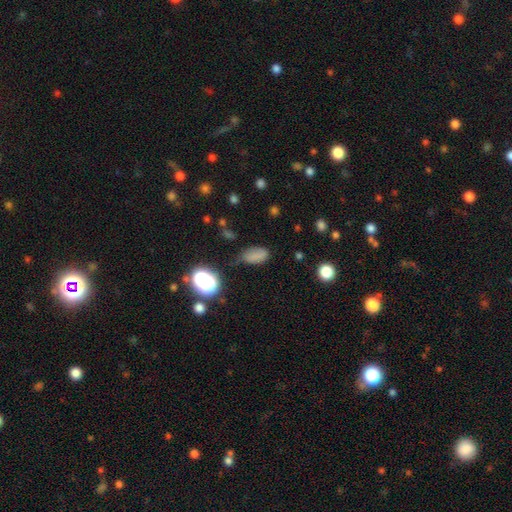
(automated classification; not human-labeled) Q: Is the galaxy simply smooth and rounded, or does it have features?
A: smooth — 73%.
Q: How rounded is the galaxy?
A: in between — 87%.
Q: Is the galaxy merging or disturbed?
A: none — 59%.